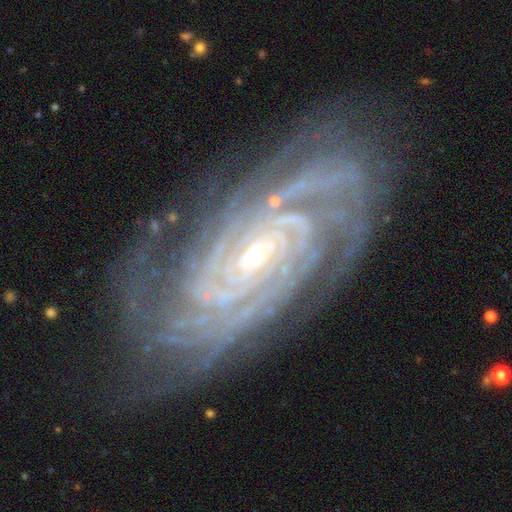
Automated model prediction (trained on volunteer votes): Q: Smooth or featured?
A: featured or disk (91%); runner-up: star or artifact (5%)
Q: Edge-on disk?
A: no (96%); runner-up: yes (4%)
Q: Bar?
A: weak (42%); runner-up: no (32%)
Q: Spiral arms?
A: yes (99%); runner-up: no (1%)
Q: Spiral winding?
A: tight (79%); runner-up: medium (19%)
Q: Spiral arm count?
A: 4 (25%); runner-up: more than 4 (19%)
Q: Bulge size?
A: small (74%); runner-up: moderate (22%)
Q: Merging?
A: none (79%); runner-up: minor disturbance (15%)